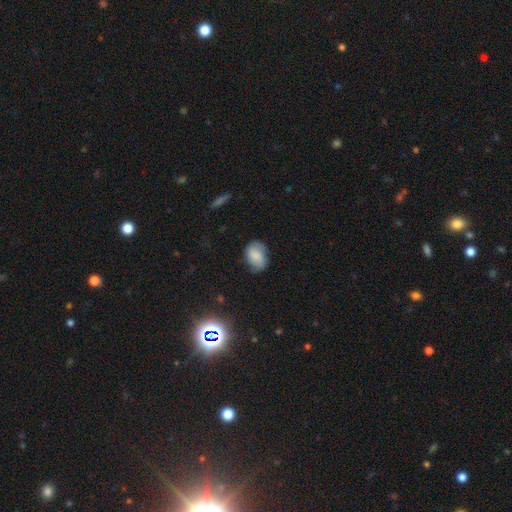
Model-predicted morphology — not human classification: This is likely a smooth galaxy (74%). How rounded: likely in between (77%). Merging: likely none (67%).